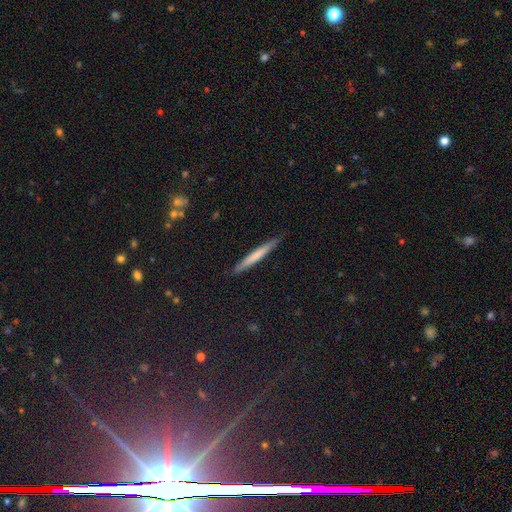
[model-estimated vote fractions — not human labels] Overall: smooth (60%; featured or disk 33%). How rounded: cigar-shaped (96%). Merging: none (88%).